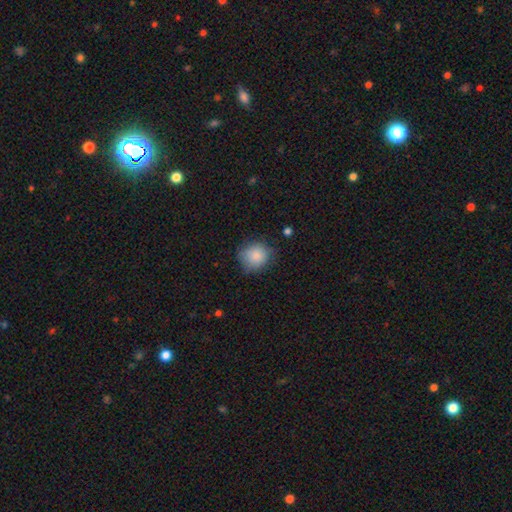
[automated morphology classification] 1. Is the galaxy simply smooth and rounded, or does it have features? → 86% smooth, 8% star or artifact, 6% featured or disk.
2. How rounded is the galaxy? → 83% round, 16% in between, 1% cigar-shaped.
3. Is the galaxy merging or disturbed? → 73% none, 21% minor disturbance, 5% major disturbance, 2% merger.